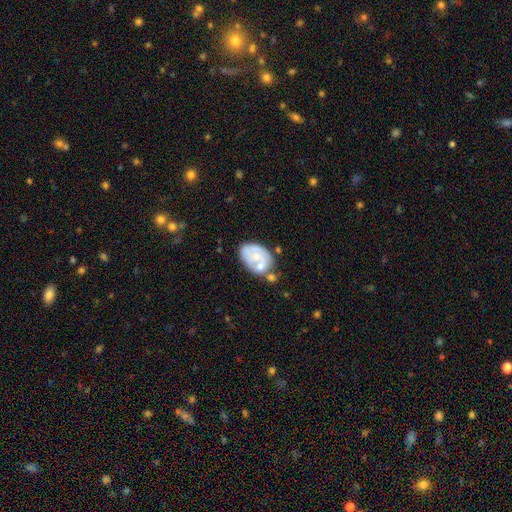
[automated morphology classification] type=featured or disk (49%); merging=none (42%).